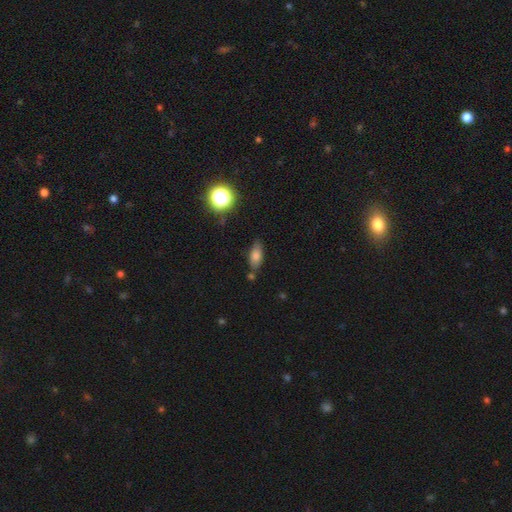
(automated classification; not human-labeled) This appears to be a smooth galaxy with no disk features (74%) that is in between round and cigar-shaped (81%). Merging: none (73%).